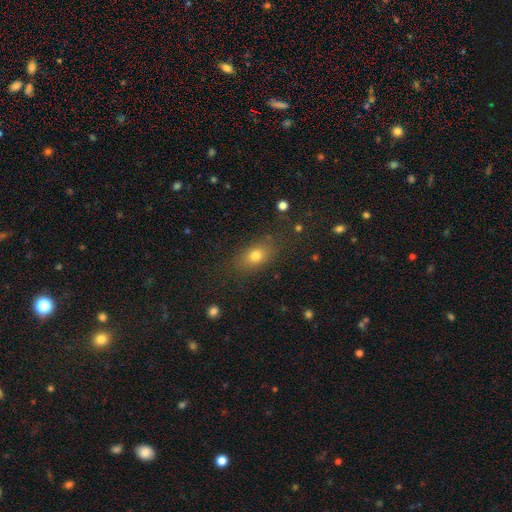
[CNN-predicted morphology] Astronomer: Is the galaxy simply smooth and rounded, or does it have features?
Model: smooth — 74%.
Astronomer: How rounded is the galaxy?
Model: in between — 73%.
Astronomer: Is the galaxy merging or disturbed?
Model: none — 80%.